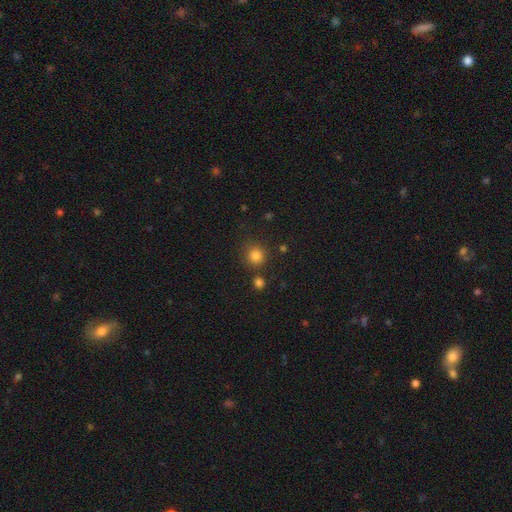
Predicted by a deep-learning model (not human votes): Smooth or featured: smooth — 83% (star or artifact — 13%)
How rounded: round — 91% (in between — 8%)
Merging: none — 80% (minor disturbance — 8%)